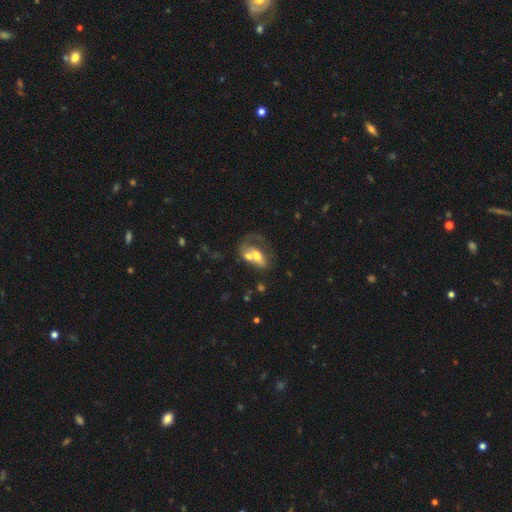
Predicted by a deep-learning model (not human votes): The model was most divided on "smooth or featured": smooth: 51%, featured or disk: 40%, star or artifact: 9%. More confident: how rounded — in between (79%); merging — merger (61%).